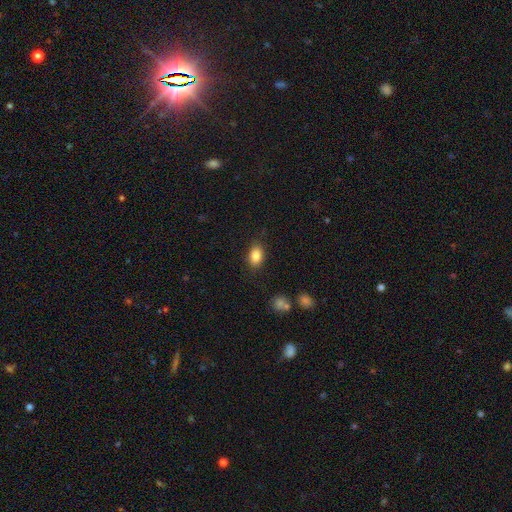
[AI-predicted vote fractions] A smooth galaxy with no disk features (86%) that is in between round and cigar-shaped (84%). Merging: none (85%).